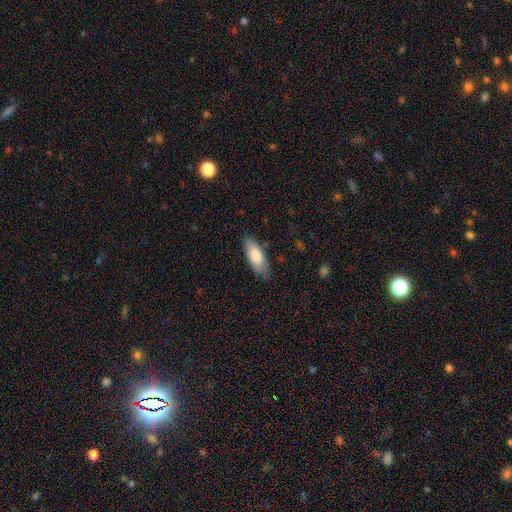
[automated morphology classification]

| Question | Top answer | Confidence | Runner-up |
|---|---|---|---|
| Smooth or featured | smooth | 81% | featured or disk (13%) |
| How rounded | in between | 73% | cigar-shaped (25%) |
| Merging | none | 78% | minor disturbance (18%) |